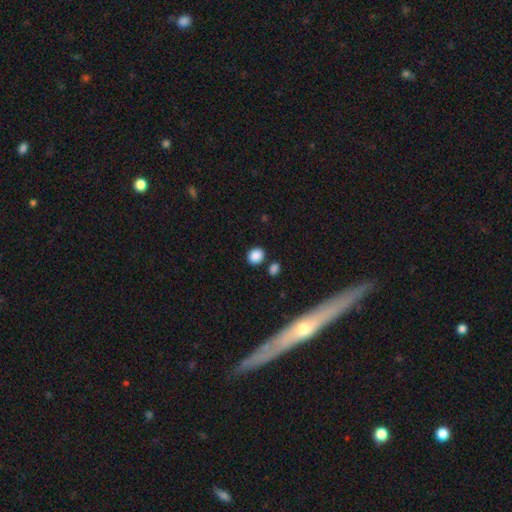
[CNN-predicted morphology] Smooth or featured: smooth — 86% (star or artifact — 10%)
How rounded: round — 64% (in between — 35%)
Merging: none — 81% (minor disturbance — 9%)